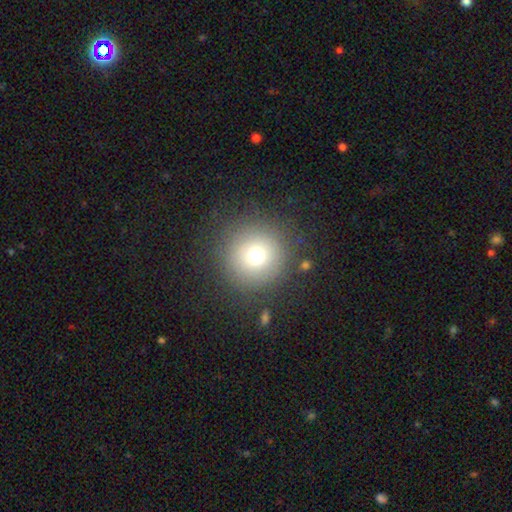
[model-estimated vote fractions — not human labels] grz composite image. It shows a smooth galaxy with no disk features (70%) that is round (95%). Merging: none (84%).